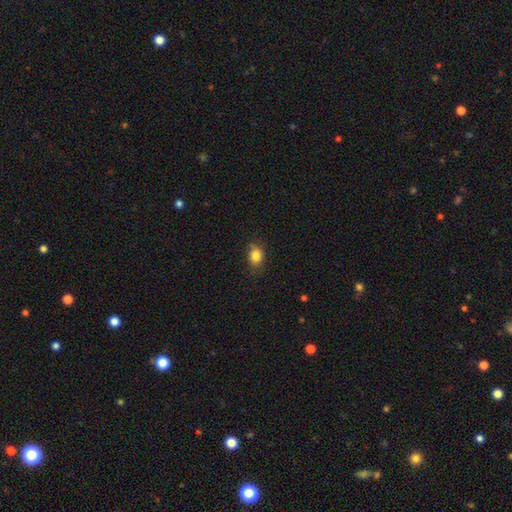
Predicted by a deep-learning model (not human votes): Smooth or featured: smooth — 84% (star or artifact — 10%)
How rounded: in between — 52% (round — 47%)
Merging: none — 73% (minor disturbance — 21%)